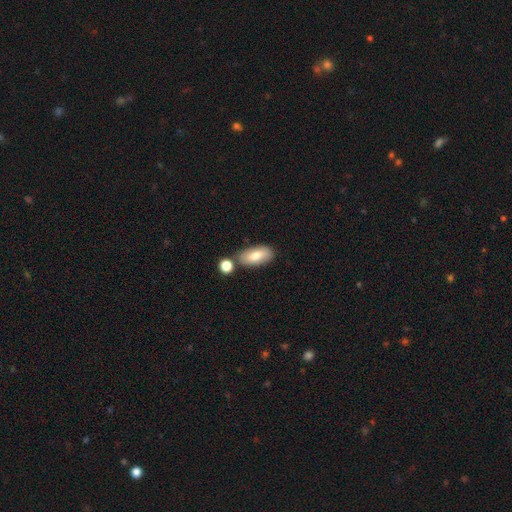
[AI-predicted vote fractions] Smooth or featured? smooth (79%)
How rounded? in between (90%)
Merging? none (70%)